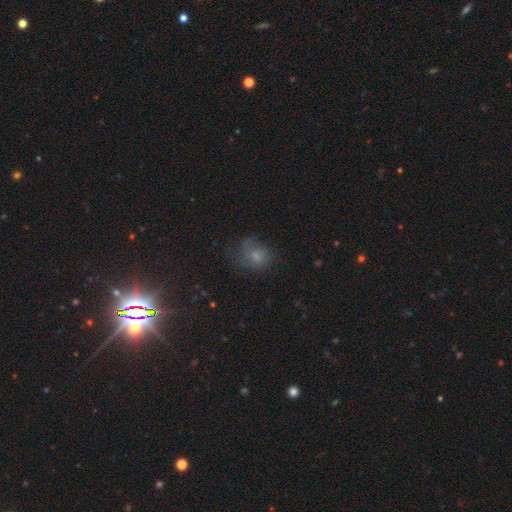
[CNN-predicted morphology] Q: Smooth or featured?
A: smooth (63%); runner-up: featured or disk (19%)
Q: How rounded?
A: round (61%); runner-up: in between (38%)
Q: Merging?
A: none (57%); runner-up: minor disturbance (24%)